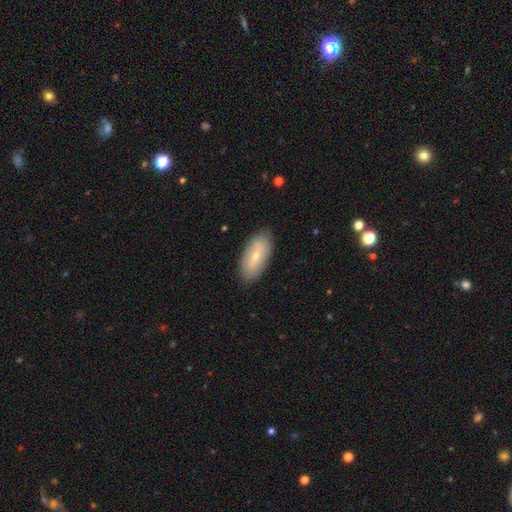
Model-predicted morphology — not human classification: smooth 59%, featured or disk 34%, star or artifact 6%. Down the decision tree: how rounded — in between (89%); merging — none (87%).